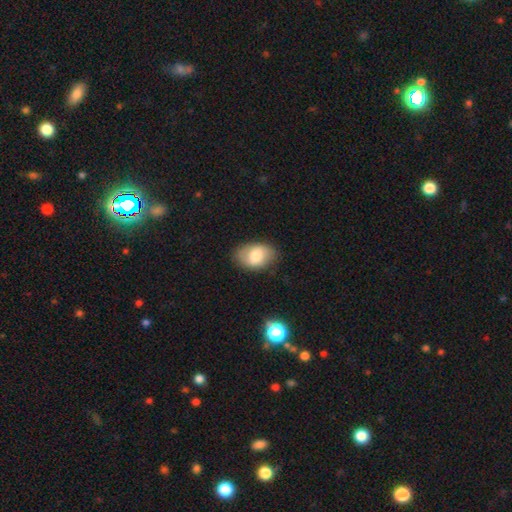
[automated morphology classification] Smooth or featured: smooth — 71% (featured or disk — 21%)
How rounded: in between — 85% (round — 14%)
Merging: none — 83% (minor disturbance — 13%)